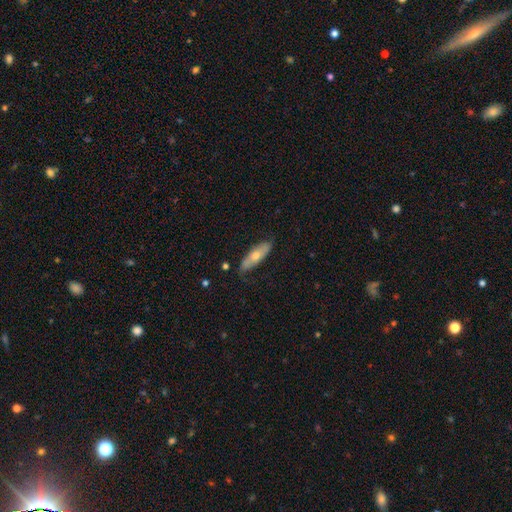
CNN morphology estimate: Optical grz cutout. It shows a smooth galaxy with no disk features (53%) that is cigar-shaped (54%). Merging: none (74%).